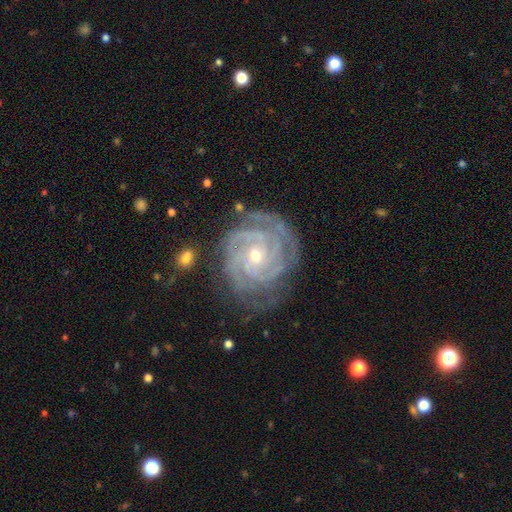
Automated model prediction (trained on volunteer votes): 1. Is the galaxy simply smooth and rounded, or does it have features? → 91% featured or disk, 5% star or artifact, 4% smooth.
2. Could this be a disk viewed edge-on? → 97% no, 3% yes.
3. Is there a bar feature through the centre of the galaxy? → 67% no, 24% weak, 8% strong.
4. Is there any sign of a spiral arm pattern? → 98% yes, 2% no.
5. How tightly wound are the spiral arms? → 80% tight, 18% medium, 2% loose.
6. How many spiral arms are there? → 29% 3, 25% 4, 17% can't tell, 14% 2, 9% more than 4, 6% 1.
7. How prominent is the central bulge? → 63% small, 34% moderate, 1% large, 1% none, 1% dominant.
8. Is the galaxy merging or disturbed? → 74% none, 18% minor disturbance, 6% major disturbance, 2% merger.